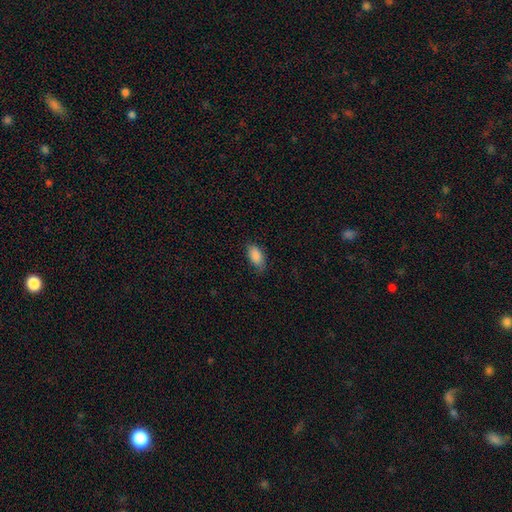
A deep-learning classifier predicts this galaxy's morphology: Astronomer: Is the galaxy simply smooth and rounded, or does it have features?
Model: smooth — 87%.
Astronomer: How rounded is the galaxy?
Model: in between — 93%.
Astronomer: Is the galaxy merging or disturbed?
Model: none — 69%.